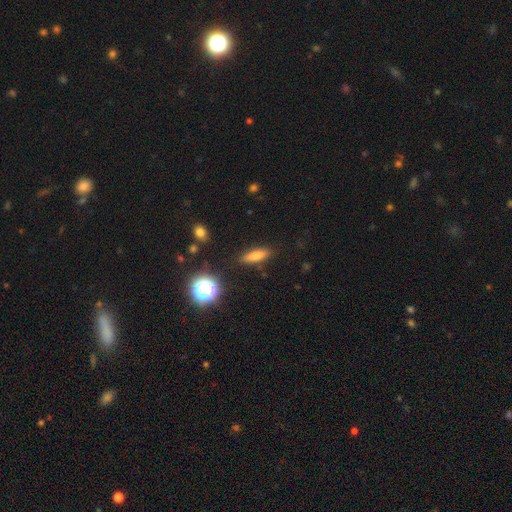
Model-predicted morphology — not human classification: This is likely a smooth galaxy (70%). How rounded: possibly cigar-shaped (54%). Merging: clearly none (86%).